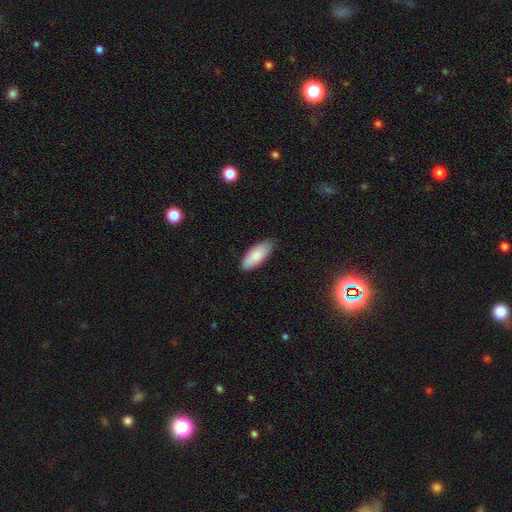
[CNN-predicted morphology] This appears to be a smooth galaxy with no disk features (86%) that is in between round and cigar-shaped (84%). Merging: none (79%).